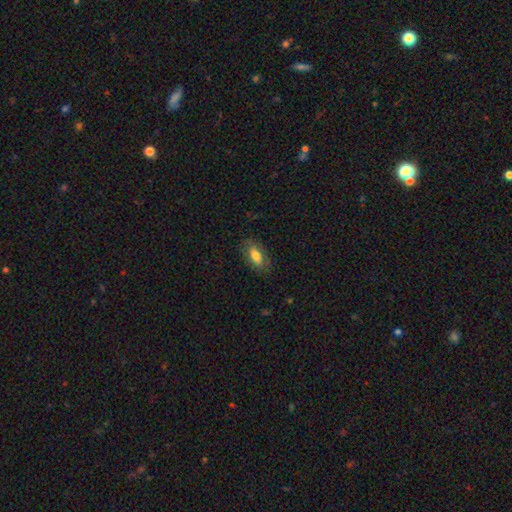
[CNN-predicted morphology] Smooth or featured?
  - smooth: 71% *
  - featured or disk: 22%
  - star or artifact: 7%
How rounded?
  - in between: 85% *
  - cigar-shaped: 11%
  - round: 4%
Merging?
  - none: 79% *
  - minor disturbance: 15%
  - major disturbance: 5%
  - merger: 1%